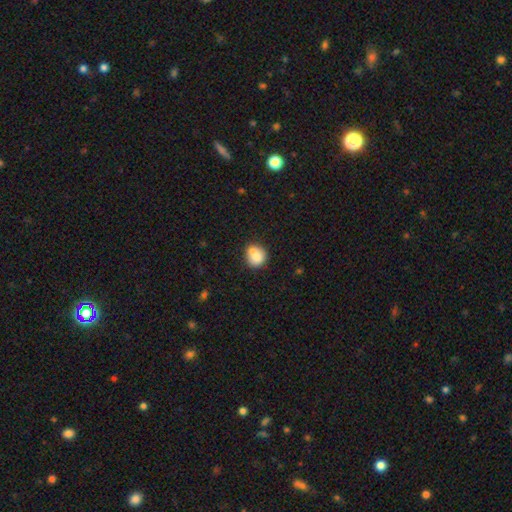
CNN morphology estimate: smooth_or_featured: smooth (p=0.77) [alt: featured or disk p=0.14]
how_rounded: round (p=0.74) [alt: in between p=0.25]
merging: none (p=0.50) [alt: merger p=0.29]